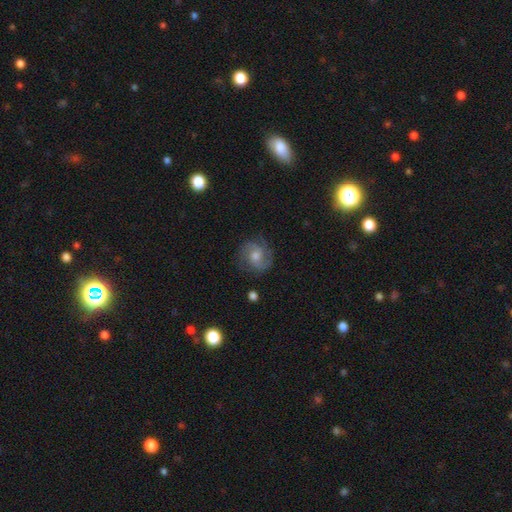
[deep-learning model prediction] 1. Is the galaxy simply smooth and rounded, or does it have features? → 68% featured or disk, 21% smooth, 12% star or artifact.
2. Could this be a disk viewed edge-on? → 97% no, 3% yes.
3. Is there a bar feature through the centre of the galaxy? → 65% no, 30% weak, 5% strong.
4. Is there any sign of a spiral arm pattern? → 93% yes, 7% no.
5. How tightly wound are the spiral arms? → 47% medium, 38% tight, 15% loose.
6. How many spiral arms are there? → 43% 2, 24% 3, 19% can't tell, 5% 4, 4% 1, 4% more than 4.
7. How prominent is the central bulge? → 62% moderate, 29% small, 5% large, 3% none, 1% dominant.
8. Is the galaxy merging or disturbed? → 80% none, 14% minor disturbance, 5% major disturbance, 1% merger.